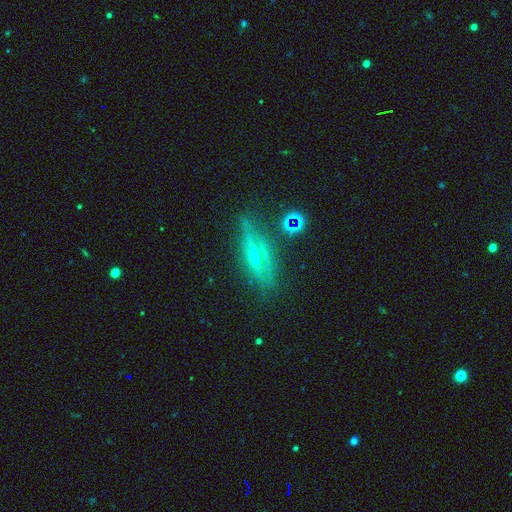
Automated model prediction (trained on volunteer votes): This is likely a featured or disk galaxy (62%). It is likely viewed edge-on (79%). Merging: likely none (72%).